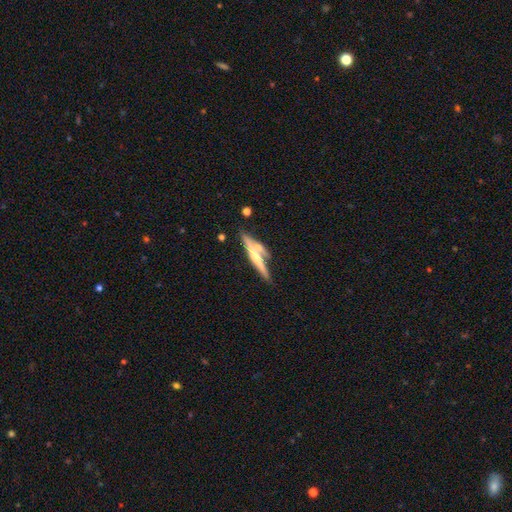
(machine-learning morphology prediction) A featured or disk galaxy (59%) viewed edge-on (93%) with a rounded central bulge (61%).

Vote fractions:
- Smooth or featured? featured or disk: 59% / smooth: 34% / star or artifact: 6%
- Edge-on disk? yes: 93% / no: 7%
- Edge-on bulge? rounded: 61% / none: 29% / boxy: 9%
- Merging? none: 52% / merger: 31% / minor disturbance: 12% / major disturbance: 4%